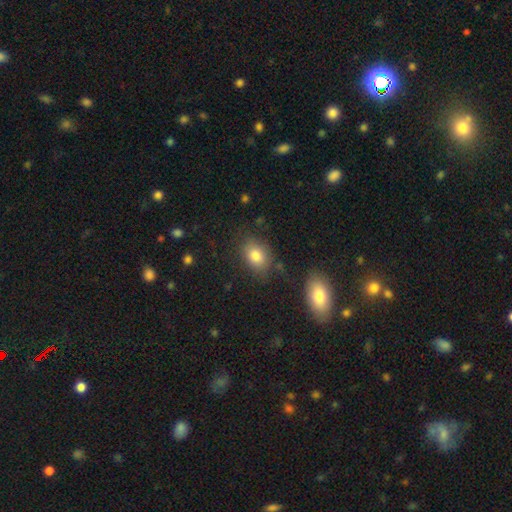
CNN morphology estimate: This appears to be a smooth galaxy with no disk features (82%) that is in between round and cigar-shaped (71%). Merging: none (76%).